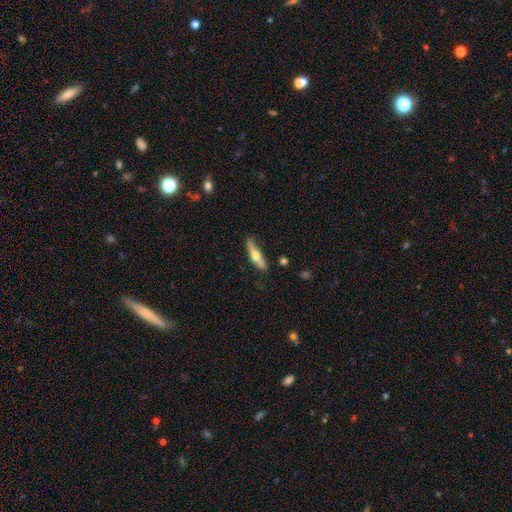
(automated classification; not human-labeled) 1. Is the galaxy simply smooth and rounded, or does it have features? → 49% featured or disk, 46% smooth, 5% star or artifact.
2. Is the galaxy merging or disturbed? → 78% none, 17% minor disturbance, 3% major disturbance, 2% merger.